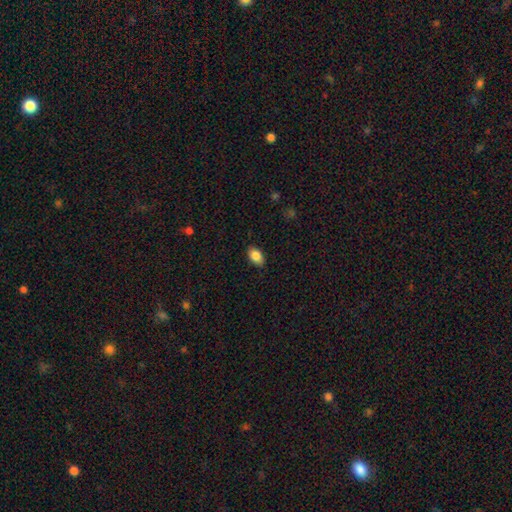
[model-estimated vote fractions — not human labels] A smooth galaxy with no disk features (86%) that is in between round and cigar-shaped (89%).

Vote fractions:
- Smooth or featured? smooth: 86% / star or artifact: 8% / featured or disk: 6%
- How rounded? in between: 89% / round: 9% / cigar-shaped: 2%
- Merging? none: 86% / minor disturbance: 11% / major disturbance: 2% / merger: 1%